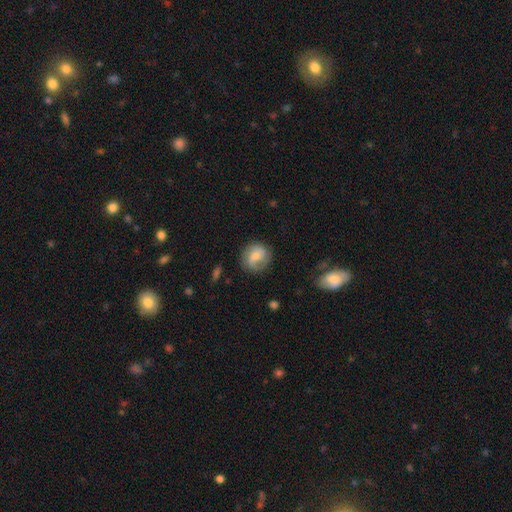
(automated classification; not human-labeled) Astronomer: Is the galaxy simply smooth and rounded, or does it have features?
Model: featured or disk — 47% (runner-up: smooth, 46%).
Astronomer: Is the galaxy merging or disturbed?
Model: none — 75%.